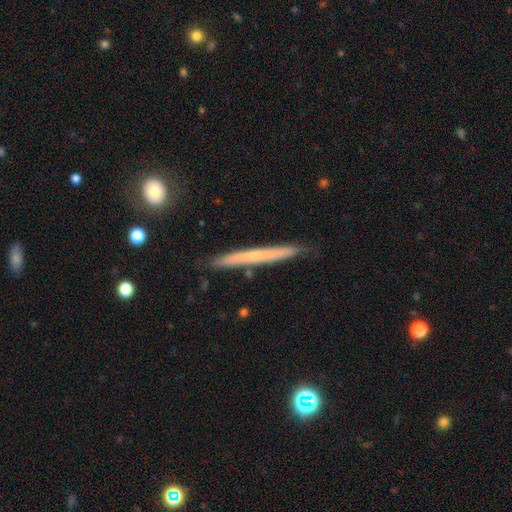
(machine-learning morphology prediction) The model was most divided on "smooth or featured": featured or disk: 48%, smooth: 46%, star or artifact: 6%. More confident: merging — none (86%).